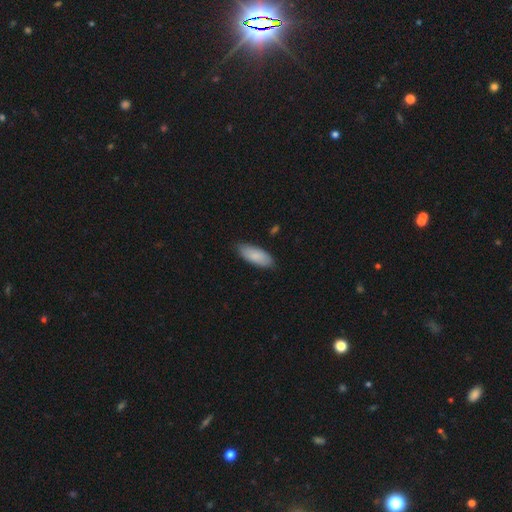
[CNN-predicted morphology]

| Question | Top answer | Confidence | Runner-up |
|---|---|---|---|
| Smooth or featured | smooth | 85% | featured or disk (10%) |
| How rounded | in between | 80% | cigar-shaped (18%) |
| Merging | none | 84% | minor disturbance (13%) |